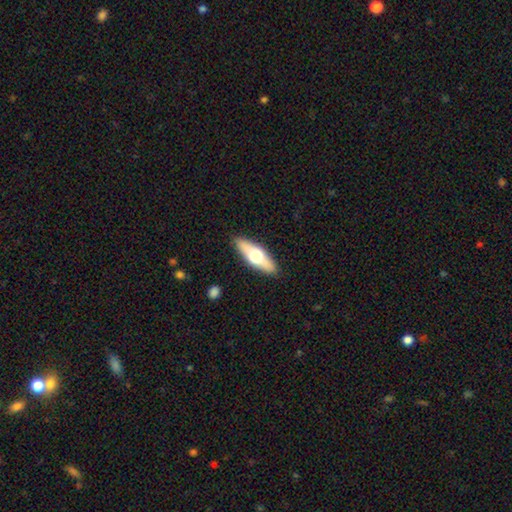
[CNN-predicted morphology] Overall: smooth (48%; featured or disk 46%). Merging: none (89%).